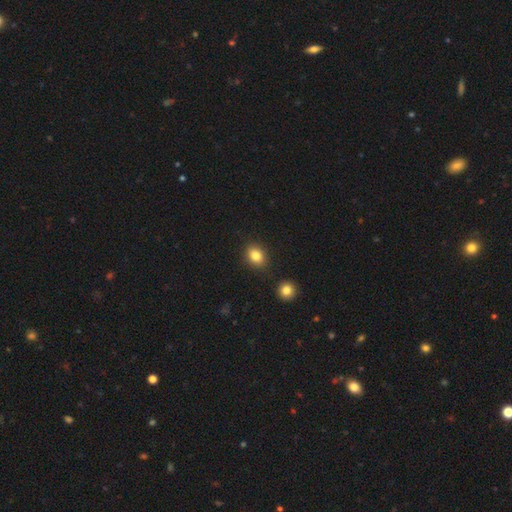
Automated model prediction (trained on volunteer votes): This appears to be a smooth galaxy with no disk features (84%) that is in between round and cigar-shaped (58%). Merging: none (86%).